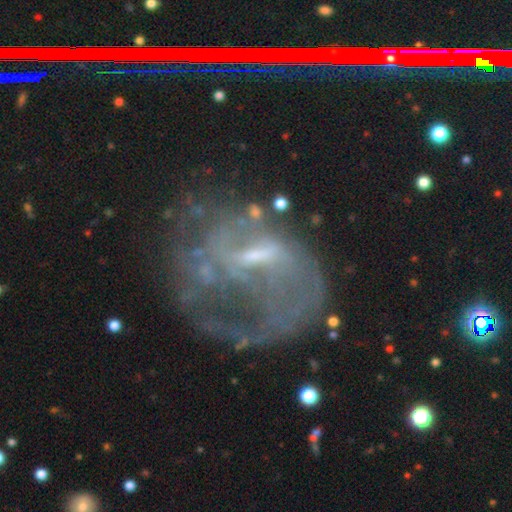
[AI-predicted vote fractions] Overall: featured or disk (76%). Edge-on disk: no (96%). Bar: weak (45%; strong 29%). Spiral arms: yes (56%; no 44%). Bulge size: small (49%; moderate 25%). Merging: major disturbance (45%; none 32%).